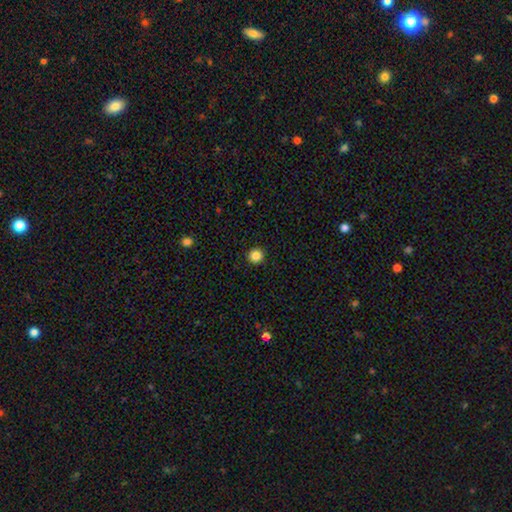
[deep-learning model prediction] Morphology: type=smooth (85%); roundness=round (94%); merging=none (93%).